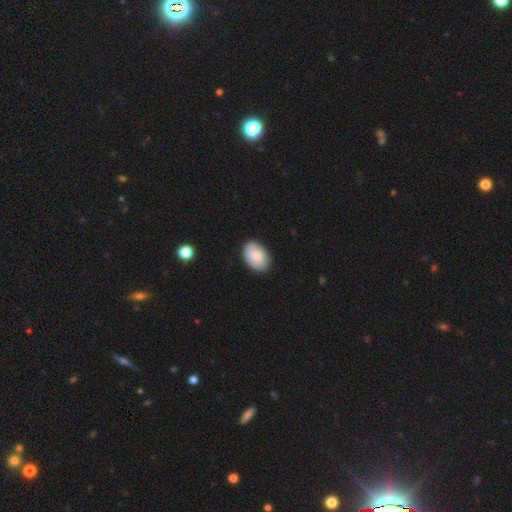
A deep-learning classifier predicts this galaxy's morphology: Smooth or featured? Predicted: smooth (p=0.77). How rounded? Predicted: in between (p=0.83). Merging? Predicted: none (p=0.85).